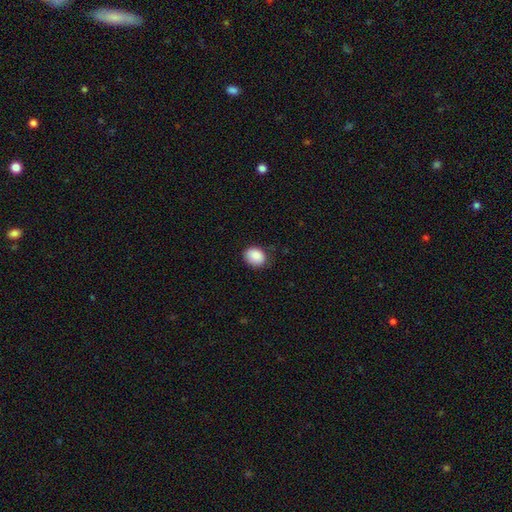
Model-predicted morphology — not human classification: smooth_or_featured: smooth (p=0.87) [alt: star or artifact p=0.08]
how_rounded: round (p=0.54) [alt: in between p=0.46]
merging: none (p=0.74) [alt: minor disturbance p=0.21]